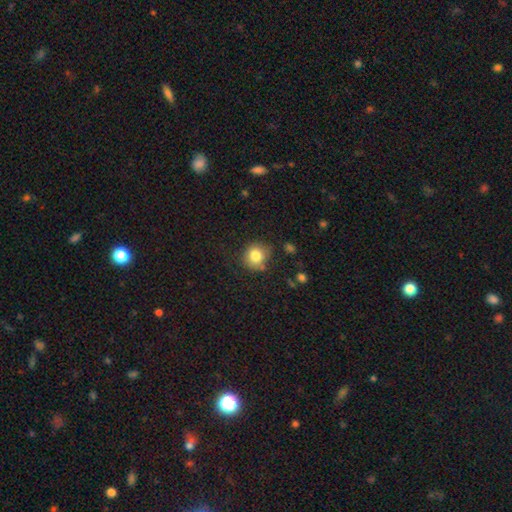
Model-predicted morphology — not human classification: This appears to be a smooth galaxy with no disk features (81%) that is round (85%). Merging: none (73%).